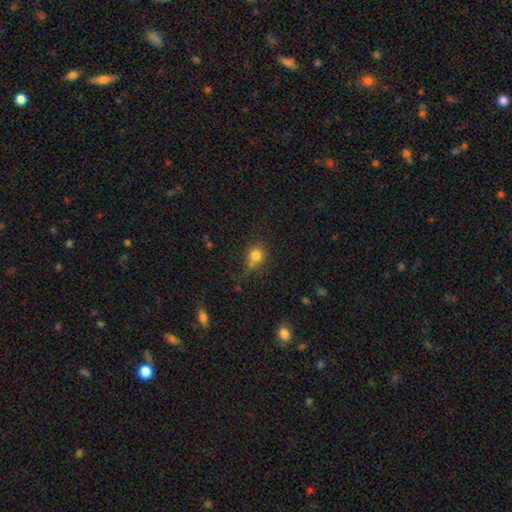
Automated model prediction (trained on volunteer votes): A smooth galaxy with no disk features (80%) that is round (76%). Merging: none (54%).